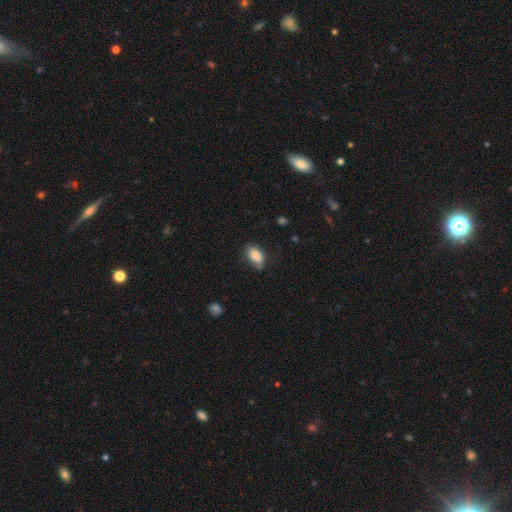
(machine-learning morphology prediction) The model was most divided on "merging": none: 70%, minor disturbance: 23%, major disturbance: 5%, merger: 1%. More confident: how rounded — in between (92%); smooth or featured — smooth (86%).